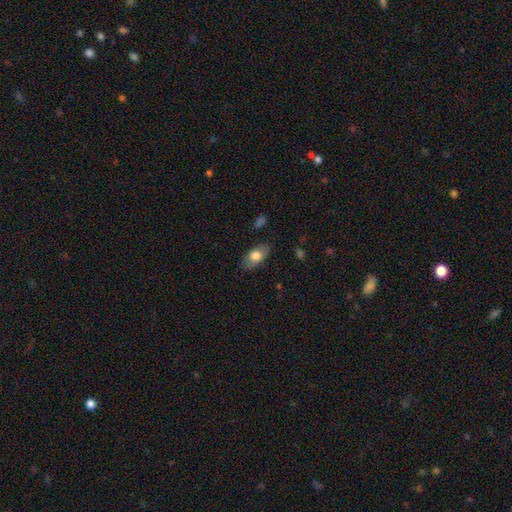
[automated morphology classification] Smooth or featured: smooth — 74% (featured or disk — 20%)
How rounded: in between — 90% (round — 6%)
Merging: none — 82% (minor disturbance — 14%)